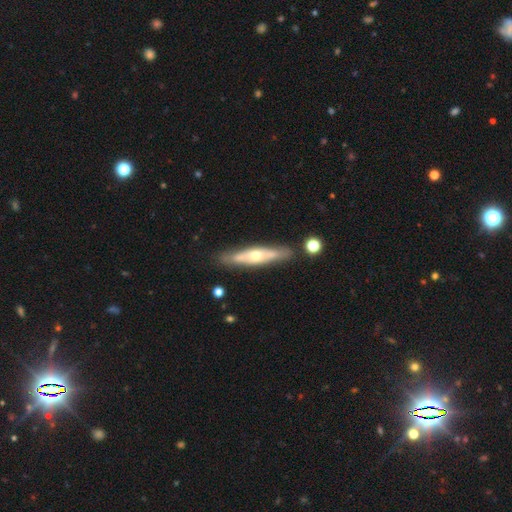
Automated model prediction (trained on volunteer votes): smooth-or-featured: featured or disk: 63% | smooth: 31% | star or artifact: 6%
  disk-edge-on: yes: 72% | no: 28%
  merging: none: 81% | minor disturbance: 13% | merger: 3% | major disturbance: 3%